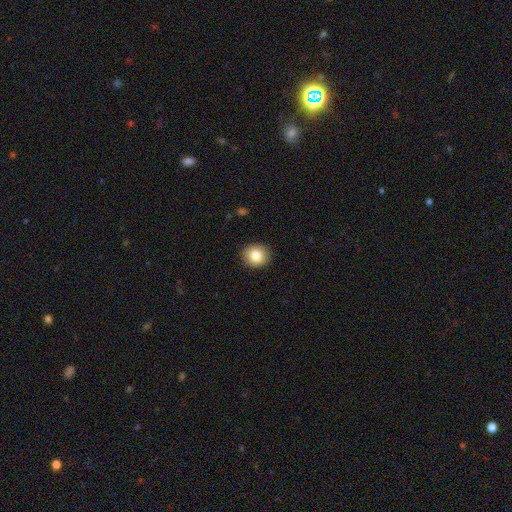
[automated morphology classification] smooth 83%, star or artifact 9%, featured or disk 8%. Down the decision tree: how rounded — round (82%); merging — none (90%).